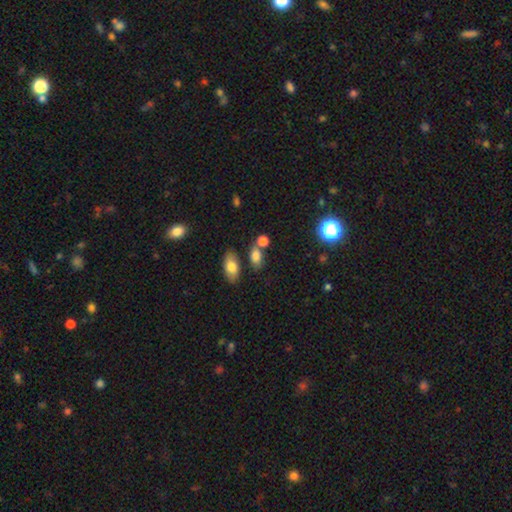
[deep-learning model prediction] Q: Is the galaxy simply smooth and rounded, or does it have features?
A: smooth — 80%.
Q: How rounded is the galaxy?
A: in between — 75%.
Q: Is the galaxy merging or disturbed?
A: none — 61%.